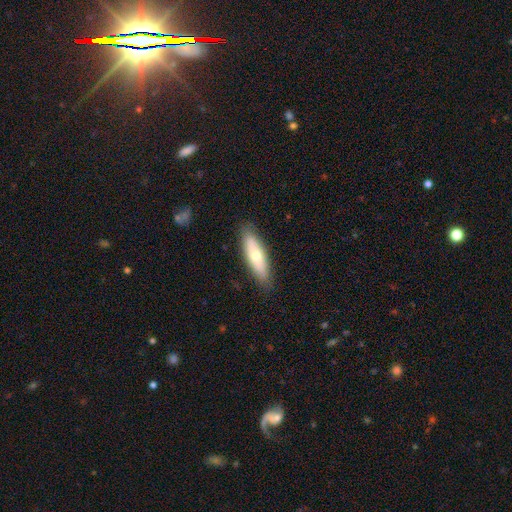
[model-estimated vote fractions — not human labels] A smooth galaxy with no disk features (61%) that is cigar-shaped (52%). Merging: none (86%).